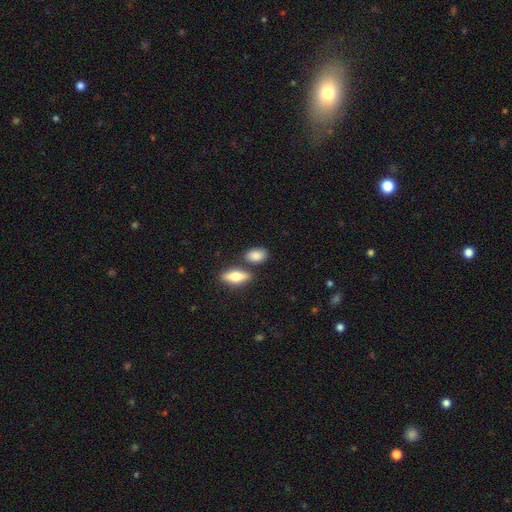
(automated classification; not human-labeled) Smooth or featured? smooth (83%)
How rounded? in between (81%)
Merging? none (72%)